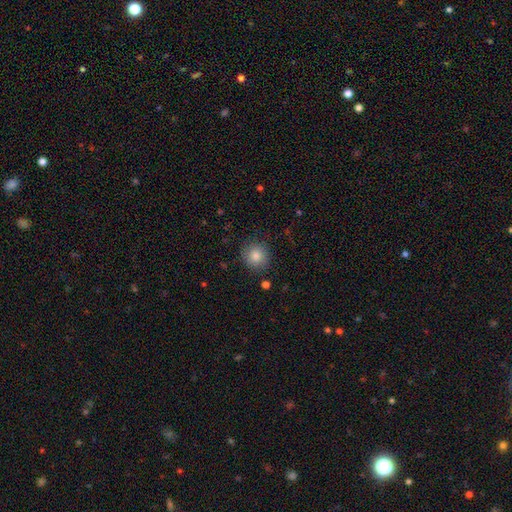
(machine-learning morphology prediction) Smooth or featured: smooth — 82% (star or artifact — 11%)
How rounded: round — 90% (in between — 9%)
Merging: none — 86% (minor disturbance — 10%)